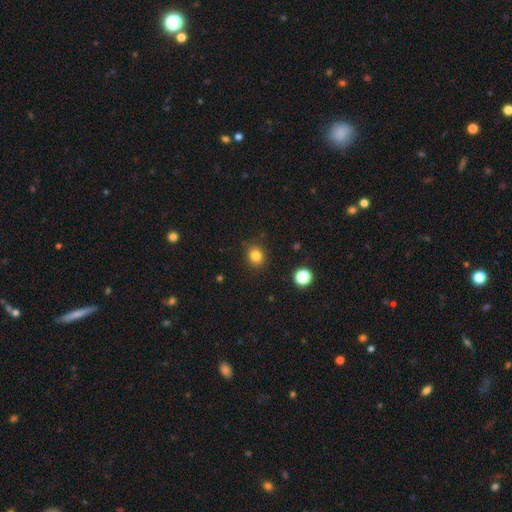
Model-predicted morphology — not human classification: Smooth or featured? Predicted: smooth (p=0.82). How rounded? Predicted: round (p=0.75). Merging? Predicted: none (p=0.87).